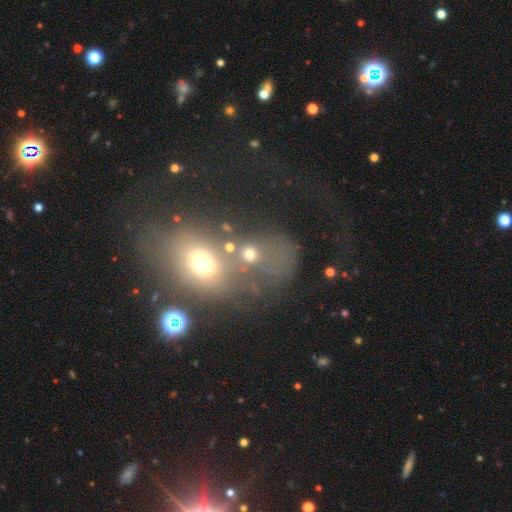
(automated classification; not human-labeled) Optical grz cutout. It shows a smooth galaxy with no disk features (51%) that is in between round and cigar-shaped (57%). Merging: merger (36%).